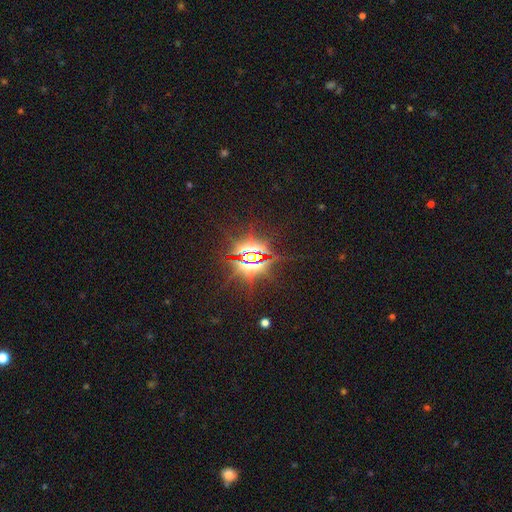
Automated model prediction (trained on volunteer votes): Overall: star or artifact (84%).